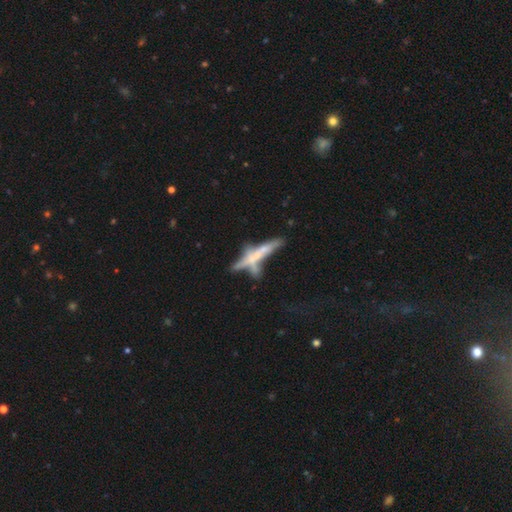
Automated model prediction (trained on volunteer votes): A featured or disk galaxy (54%) viewed edge-on (76%). Merging: merger (38%).